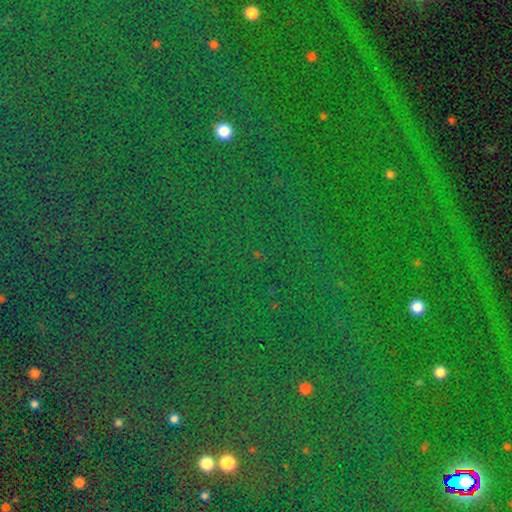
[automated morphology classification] Q: Smooth or featured?
A: star or artifact (81%); runner-up: smooth (12%)